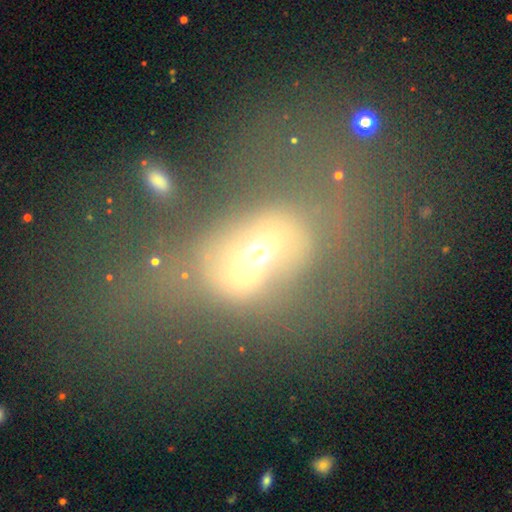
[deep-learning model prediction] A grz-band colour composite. It shows a smooth galaxy with no disk features (43%). Merging: major disturbance (42%).